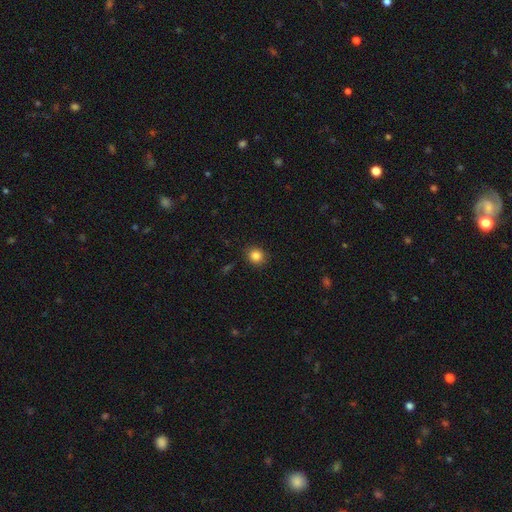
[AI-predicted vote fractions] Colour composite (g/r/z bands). It shows a smooth galaxy with no disk features (85%) that is round (84%). Merging: none (90%).